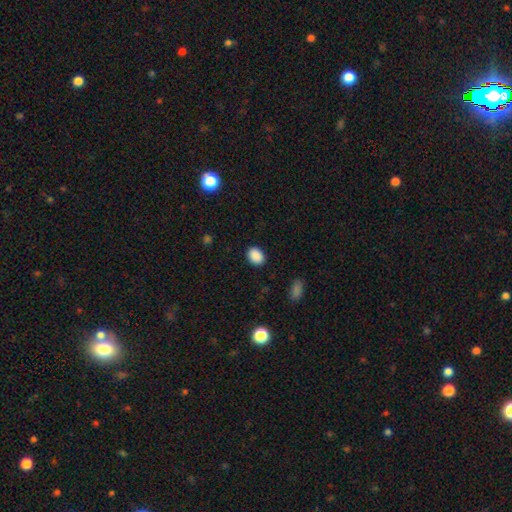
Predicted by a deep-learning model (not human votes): smooth 89%, star or artifact 8%, featured or disk 3%. Down the decision tree: how rounded — in between (66%); merging — none (89%).